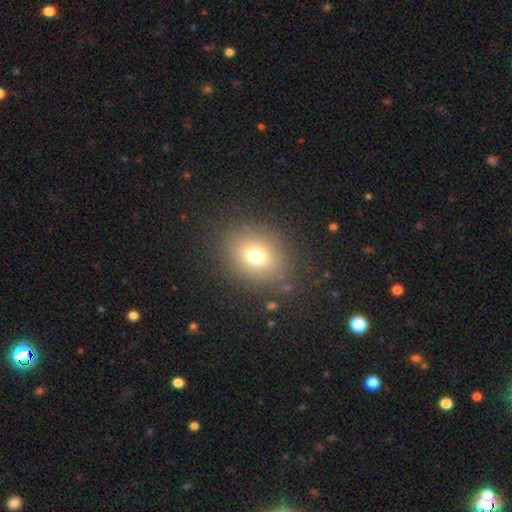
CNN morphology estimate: A smooth galaxy with no disk features (71%) that is round (61%).

Vote fractions:
- Smooth or featured? smooth: 71% / star or artifact: 16% / featured or disk: 12%
- How rounded? round: 61% / in between: 38% / cigar-shaped: 1%
- Merging? none: 83% / minor disturbance: 9% / major disturbance: 6% / merger: 2%